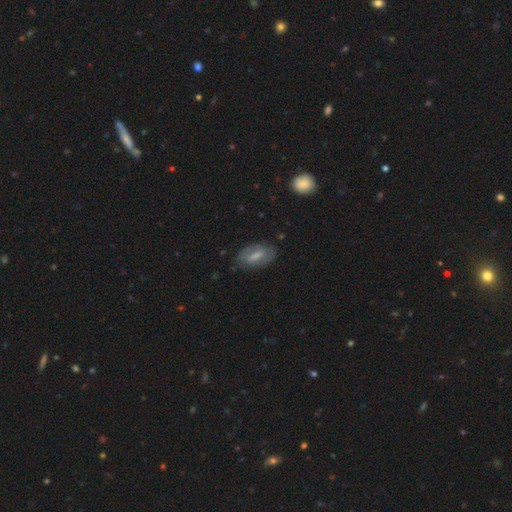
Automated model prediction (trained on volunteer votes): Smooth or featured? Predicted: smooth (p=0.47). Merging? Predicted: none (p=0.75).